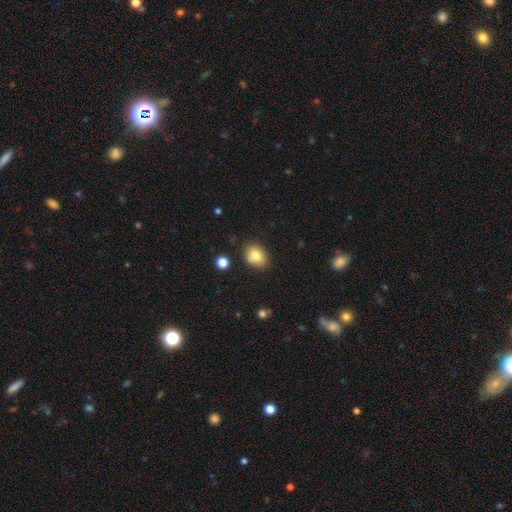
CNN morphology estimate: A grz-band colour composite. It shows a smooth galaxy with no disk features (78%) that is in between round and cigar-shaped (62%). Merging: none (73%).